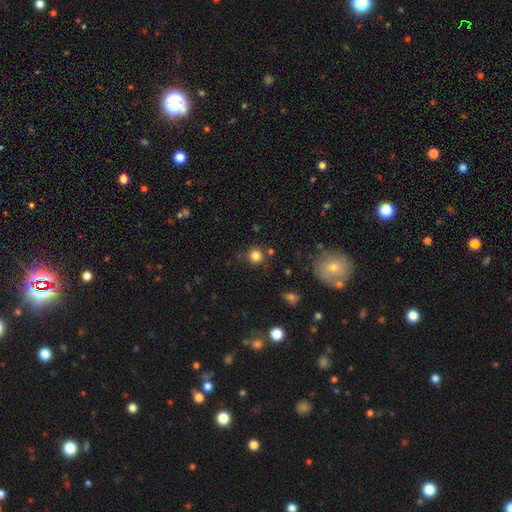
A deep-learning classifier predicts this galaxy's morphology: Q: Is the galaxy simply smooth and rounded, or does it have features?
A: smooth — 82%.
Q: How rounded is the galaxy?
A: round — 92%.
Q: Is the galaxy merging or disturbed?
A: none — 82%.